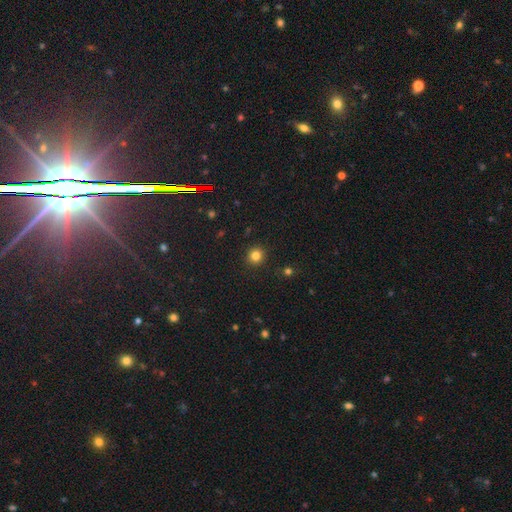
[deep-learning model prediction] Smooth or featured: smooth — 82% (star or artifact — 13%)
How rounded: round — 93% (in between — 6%)
Merging: none — 92% (minor disturbance — 5%)